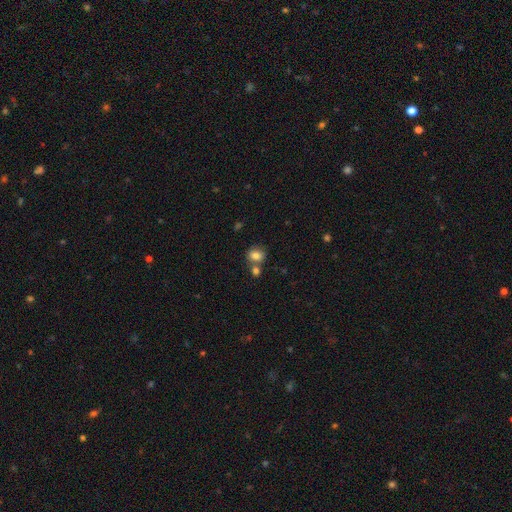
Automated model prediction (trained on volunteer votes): Smooth or featured? Predicted: smooth (p=0.82). How rounded? Predicted: round (p=0.66). Merging? Predicted: none (p=0.58).